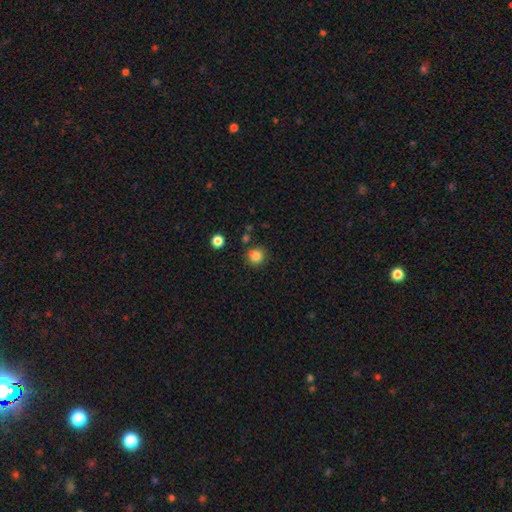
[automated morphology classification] smooth_or_featured: smooth (p=0.82) [alt: star or artifact p=0.12]
how_rounded: round (p=0.86) [alt: in between p=0.14]
merging: none (p=0.71) [alt: minor disturbance p=0.13]